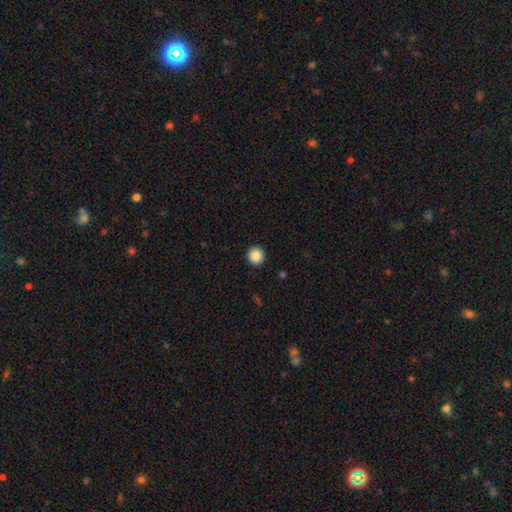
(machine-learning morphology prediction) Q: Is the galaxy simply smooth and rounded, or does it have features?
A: smooth — 88%.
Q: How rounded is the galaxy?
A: round — 91%.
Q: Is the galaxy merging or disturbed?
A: none — 92%.